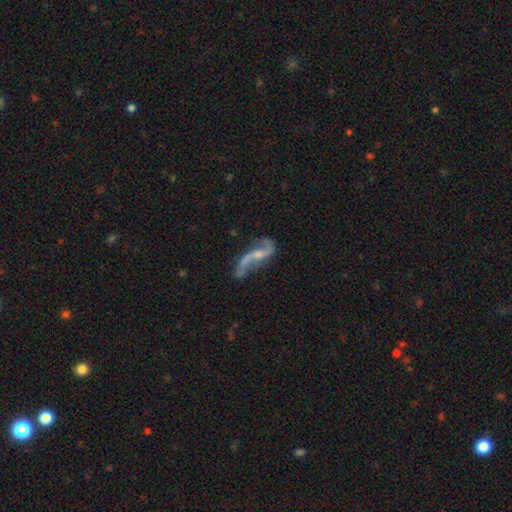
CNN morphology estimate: Smooth or featured: featured or disk — 84% (smooth — 10%)
Edge-on disk: no — 92% (yes — 8%)
Bar: weak — 40% (no — 39%)
Spiral arms: yes — 92% (no — 8%)
Spiral winding: loose — 84% (medium — 12%)
Spiral arm count: 2 — 90% (1 — 4%)
Bulge size: small — 51% (moderate — 28%)
Merging: none — 54% (minor disturbance — 21%)